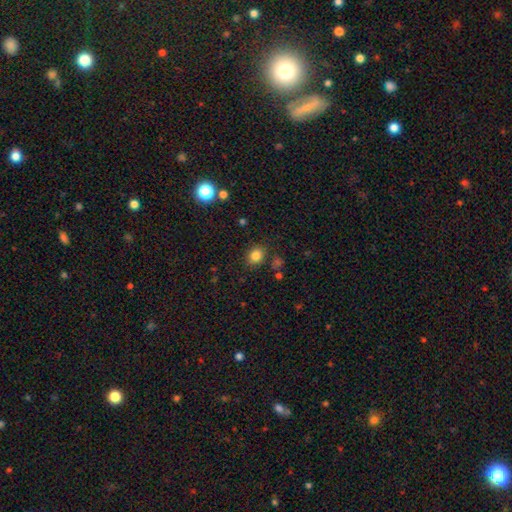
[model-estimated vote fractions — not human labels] Smooth or featured? smooth (82%)
How rounded? round (63%)
Merging? none (82%)